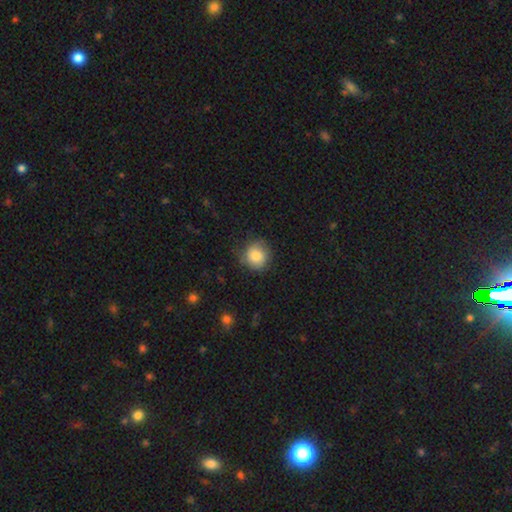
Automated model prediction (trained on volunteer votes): Q: Smooth or featured?
A: smooth (84%); runner-up: featured or disk (8%)
Q: How rounded?
A: round (87%); runner-up: in between (12%)
Q: Merging?
A: none (75%); runner-up: minor disturbance (19%)